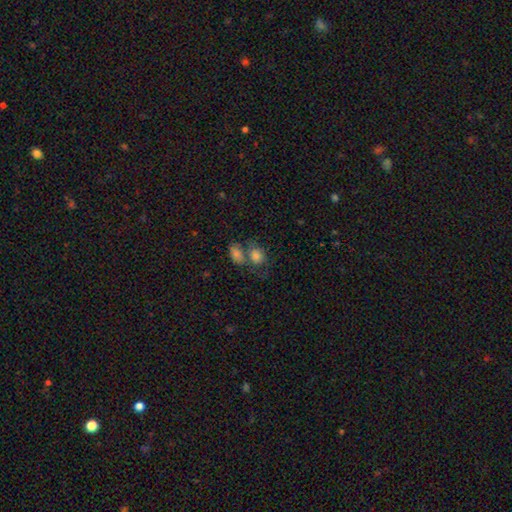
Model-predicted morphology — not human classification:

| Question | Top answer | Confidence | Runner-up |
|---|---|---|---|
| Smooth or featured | smooth | 75% | featured or disk (13%) |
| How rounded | in between | 51% | round (48%) |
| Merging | merger | 47% | none (34%) |